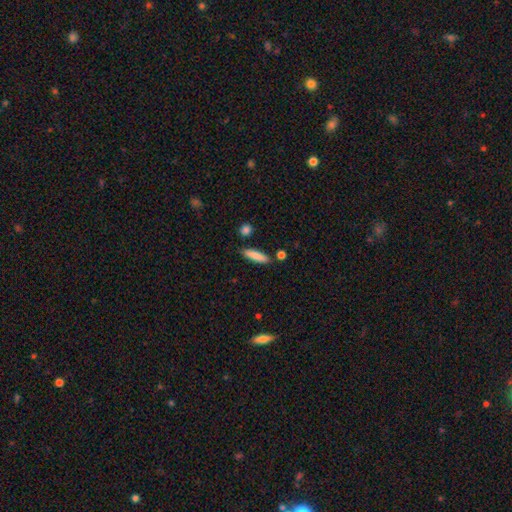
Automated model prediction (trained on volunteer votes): Smooth or featured? Predicted: smooth (p=0.85). How rounded? Predicted: cigar-shaped (p=0.75). Merging? Predicted: none (p=0.84).